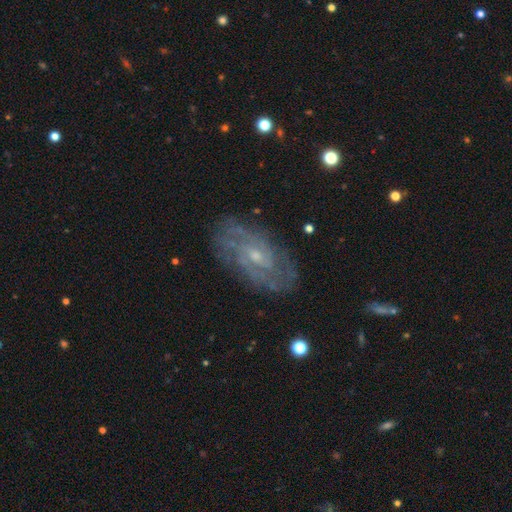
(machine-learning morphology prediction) featured or disk 83%, smooth 10%, star or artifact 7%. Down the decision tree: edge-on disk — no (95%); bar — no (53%); spiral arms — yes (92%); spiral arm count — can't tell (38%); spiral winding — tight (58%); bulge size — small (67%); merging — none (79%).